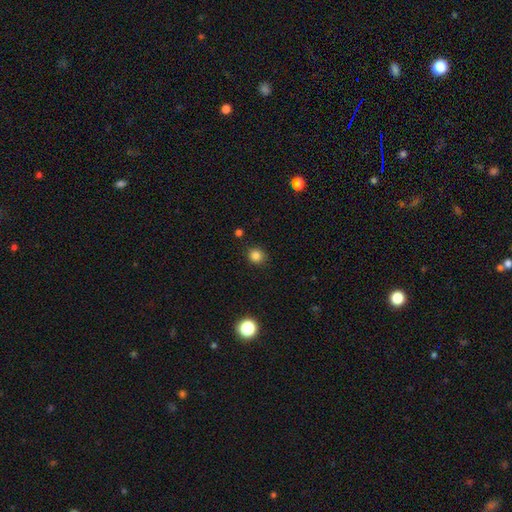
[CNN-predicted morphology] A smooth galaxy with no disk features (83%) that is round (84%).

Vote fractions:
- Smooth or featured? smooth: 83% / star or artifact: 13% / featured or disk: 4%
- How rounded? round: 84% / in between: 15% / cigar-shaped: 1%
- Merging? none: 87% / minor disturbance: 9% / major disturbance: 2% / merger: 2%